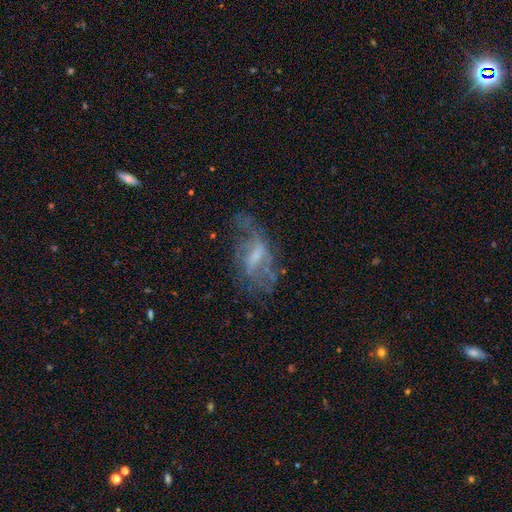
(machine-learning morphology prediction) Smooth or featured? featured or disk (65%)
Edge-on disk? no (92%)
Bar? weak (49%)
Spiral arms? yes (58%)
Bulge size? small (35%)
Merging? none (46%)